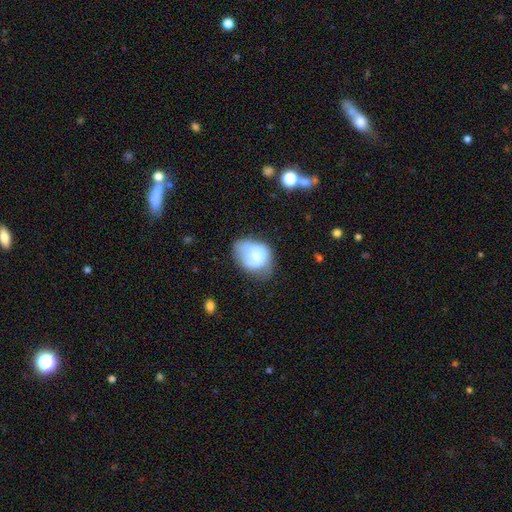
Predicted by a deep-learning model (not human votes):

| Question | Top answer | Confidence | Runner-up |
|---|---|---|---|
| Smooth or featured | smooth | 58% | featured or disk (34%) |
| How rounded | in between | 61% | round (38%) |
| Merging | minor disturbance | 36% | tied: none (36%) |